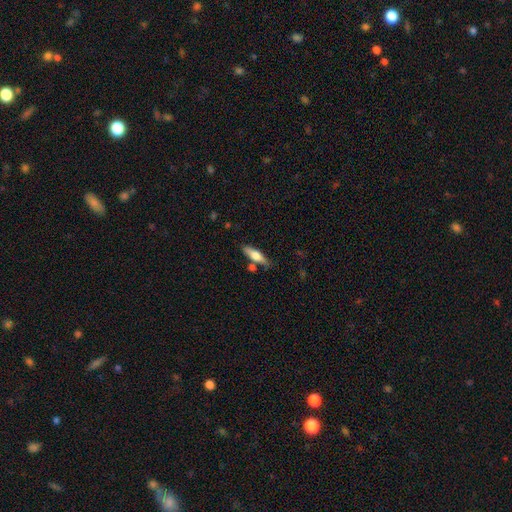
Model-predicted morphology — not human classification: smooth-or-featured: smooth: 56% | featured or disk: 38% | star or artifact: 6%
  how-rounded: cigar-shaped: 59% | in between: 38% | round: 2%
  merging: none: 71% | minor disturbance: 16% | merger: 9% | major disturbance: 4%